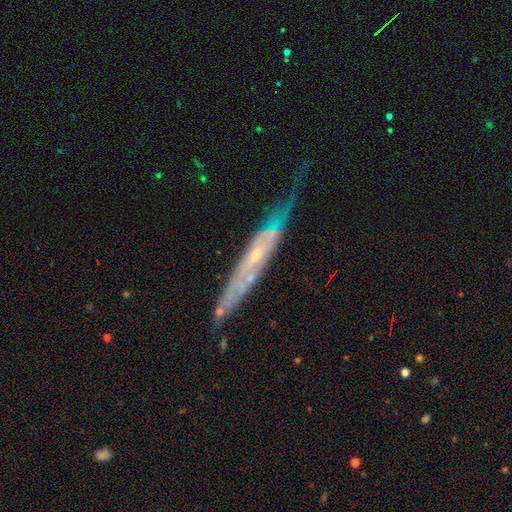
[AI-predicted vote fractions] Overall: featured or disk (73%). Edge-on disk: yes (68%; no 32%). Merging: none (59%; minor disturbance 29%).